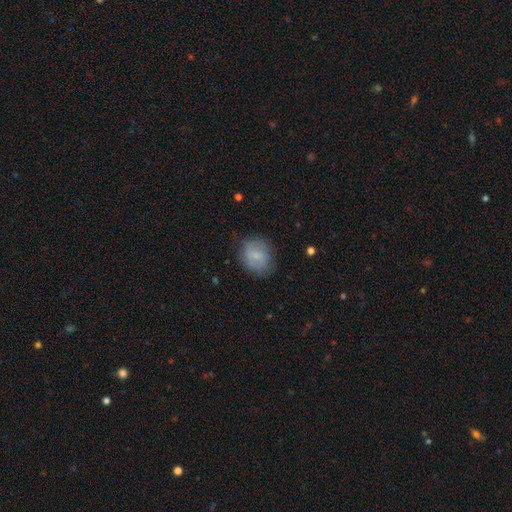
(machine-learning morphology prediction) Smooth or featured: smooth — 62% (featured or disk — 30%)
How rounded: round — 64% (in between — 35%)
Merging: none — 74% (minor disturbance — 19%)